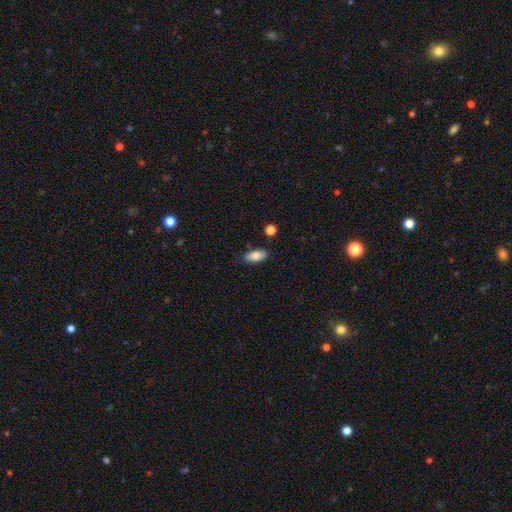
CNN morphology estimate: Smooth or featured? Predicted: smooth (p=0.85). How rounded? Predicted: in between (p=0.89). Merging? Predicted: none (p=0.82).